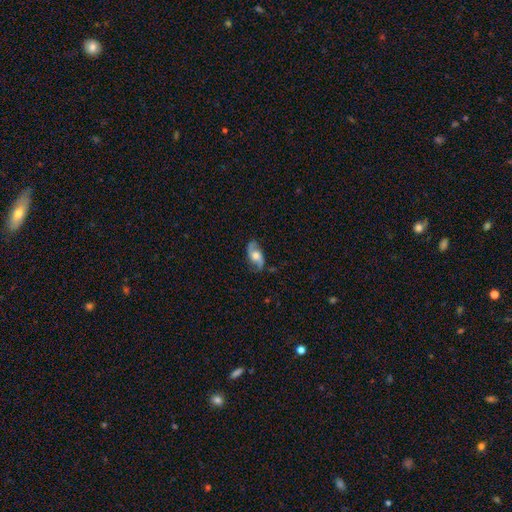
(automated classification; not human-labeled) smooth-or-featured: featured or disk: 67% | smooth: 27% | star or artifact: 7%
  disk-edge-on: no: 91% | yes: 9%
    bar: no: 66% | weak: 27% | strong: 7%
    has-spiral-arms: yes: 89% | no: 11%
      spiral-winding: loose: 56% | medium: 32% | tight: 12%
      spiral-arm-count: 2: 90% | can't tell: 5% | 1: 2% | 3: 1% | 4: 1% | more than 4: 1%
    bulge-size: moderate: 61% | large: 23% | small: 12% | none: 2% | dominant: 2%
  merging: none: 77% | minor disturbance: 17% | major disturbance: 5% | merger: 1%